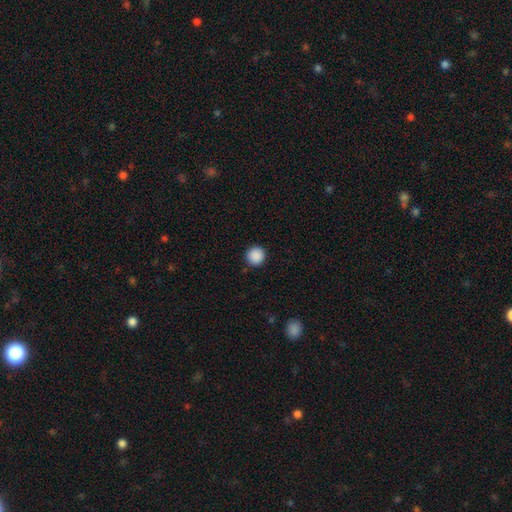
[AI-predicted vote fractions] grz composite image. It shows a smooth galaxy with no disk features (89%) that is round (96%). Merging: none (92%).